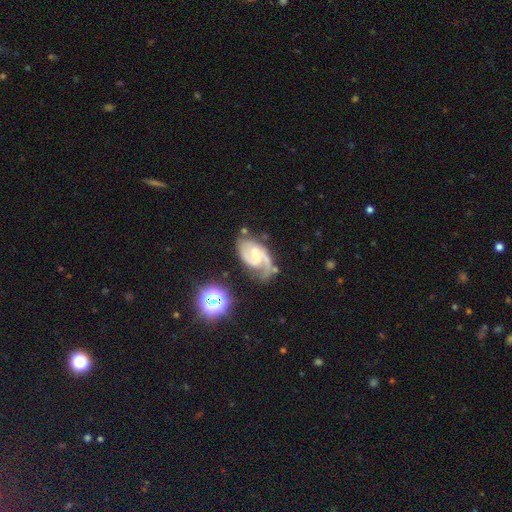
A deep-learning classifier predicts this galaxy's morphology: The model was most divided on "bulge size": small: 54%, moderate: 36%, none: 7%, large: 2%, dominant: 1%. More confident: spiral arms — yes (98%); edge-on disk — no (97%); smooth or featured — featured or disk (87%); spiral arm count — 2 (85%); merging — none (61%); spiral winding — medium (56%); bar — weak (55%).